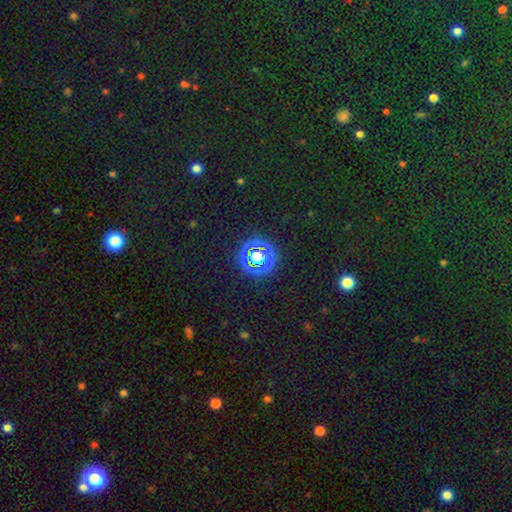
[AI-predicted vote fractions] Morphology: type=star or artifact (68%).